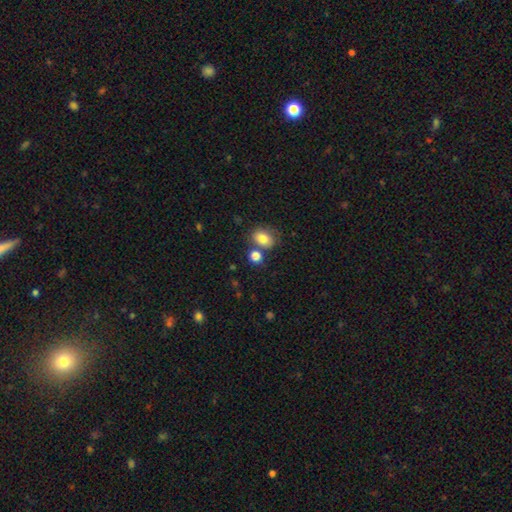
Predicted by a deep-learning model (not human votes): The model was most divided on "how rounded": round: 60%, in between: 39%, cigar-shaped: 1%. More confident: smooth or featured — smooth (82%); merging — none (56%).